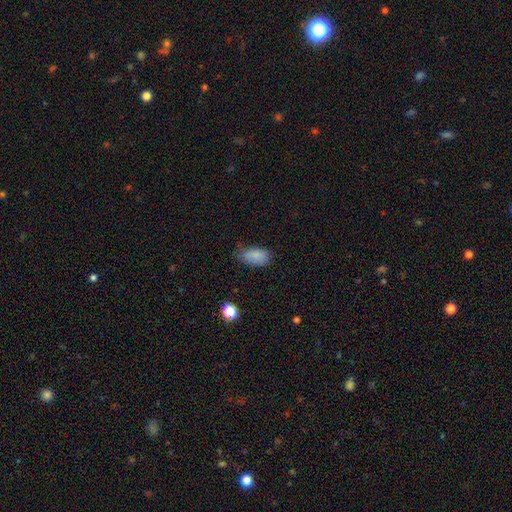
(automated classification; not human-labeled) Smooth or featured? smooth (84%)
How rounded? in between (92%)
Merging? none (60%)